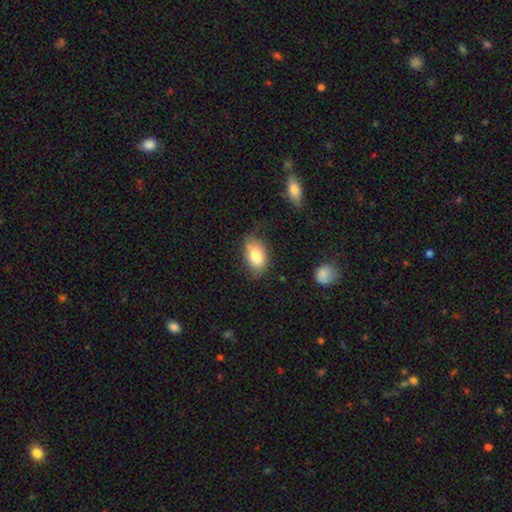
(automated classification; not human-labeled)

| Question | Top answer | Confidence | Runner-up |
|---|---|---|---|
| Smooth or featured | smooth | 81% | featured or disk (12%) |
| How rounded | in between | 91% | round (7%) |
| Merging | none | 63% | minor disturbance (26%) |